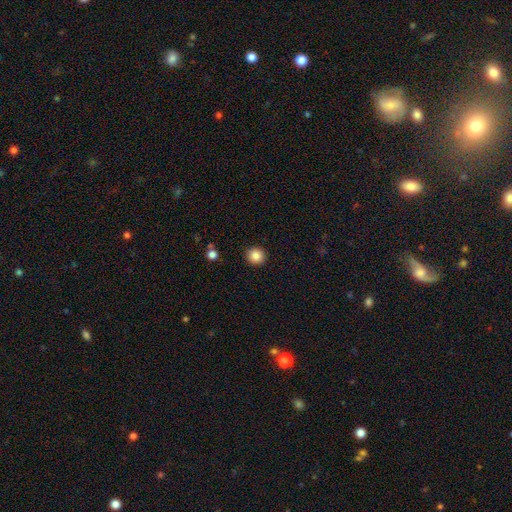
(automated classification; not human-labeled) Smooth or featured: smooth — 86% (star or artifact — 10%)
How rounded: round — 92% (in between — 7%)
Merging: none — 92% (minor disturbance — 5%)